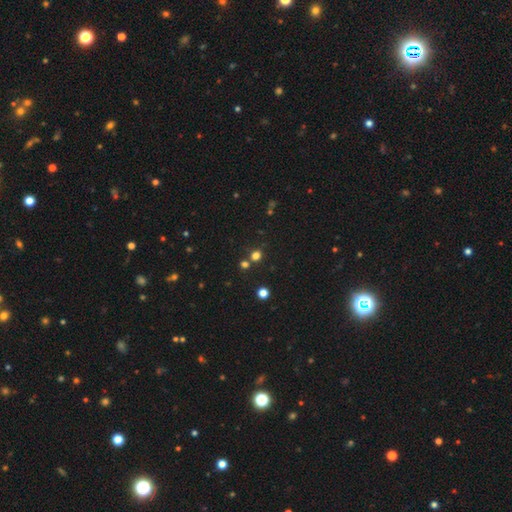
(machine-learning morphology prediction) smooth-or-featured: smooth: 71% | star or artifact: 23% | featured or disk: 6%
  how-rounded: round: 84% | in between: 15% | cigar-shaped: 1%
  merging: none: 71% | merger: 18% | minor disturbance: 7% | major disturbance: 3%